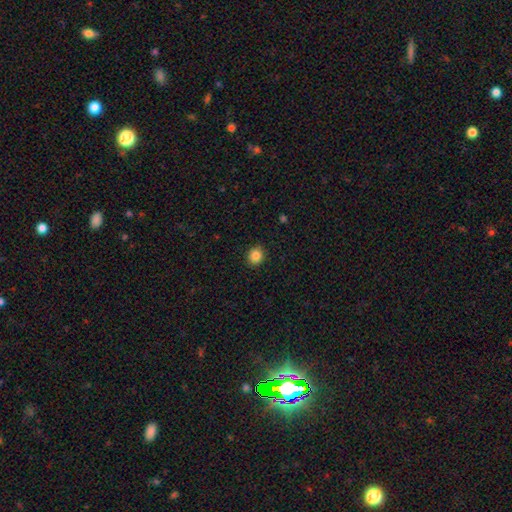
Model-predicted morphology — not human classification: Smooth or featured? smooth (85%)
How rounded? round (83%)
Merging? none (91%)